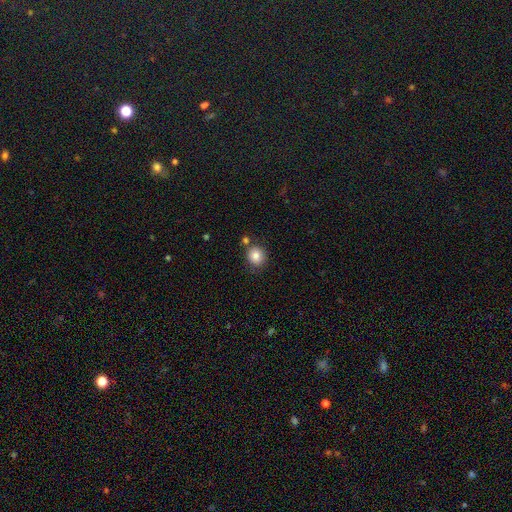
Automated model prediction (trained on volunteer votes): Q: Smooth or featured?
A: smooth (83%); runner-up: star or artifact (10%)
Q: How rounded?
A: round (79%); runner-up: in between (20%)
Q: Merging?
A: none (76%); runner-up: minor disturbance (11%)